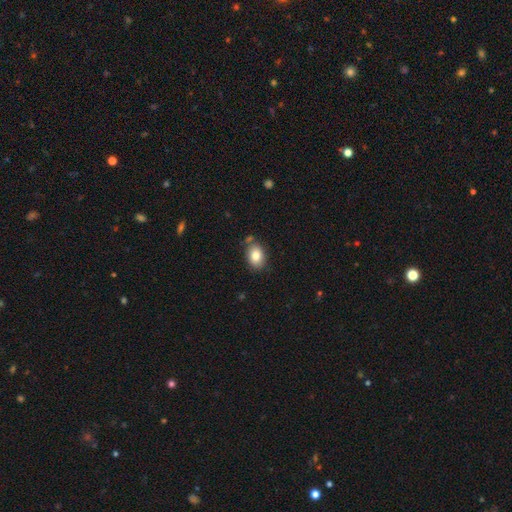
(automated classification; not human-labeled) Smooth or featured? Predicted: smooth (p=0.83). How rounded? Predicted: in between (p=0.76). Merging? Predicted: none (p=0.76).